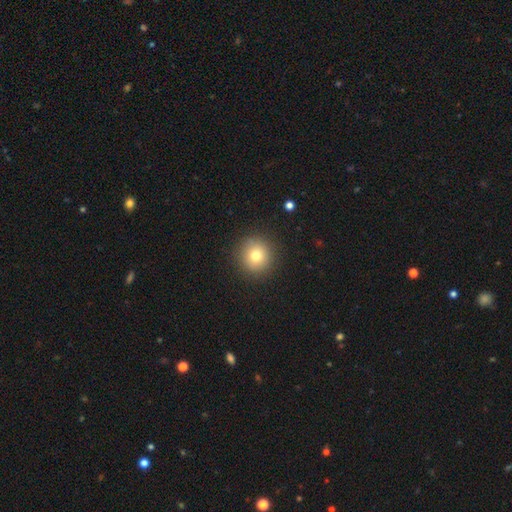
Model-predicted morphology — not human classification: smooth 77%, star or artifact 13%, featured or disk 10%. Down the decision tree: how rounded — round (94%); merging — none (91%).